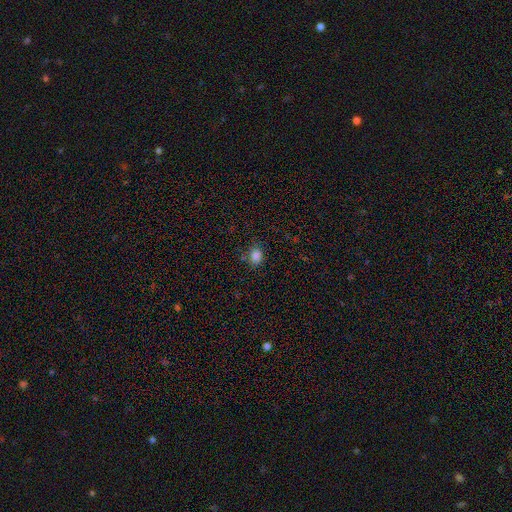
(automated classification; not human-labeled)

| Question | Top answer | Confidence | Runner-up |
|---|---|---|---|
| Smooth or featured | smooth | 83% | star or artifact (12%) |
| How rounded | round | 53% | in between (46%) |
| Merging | none | 75% | minor disturbance (16%) |